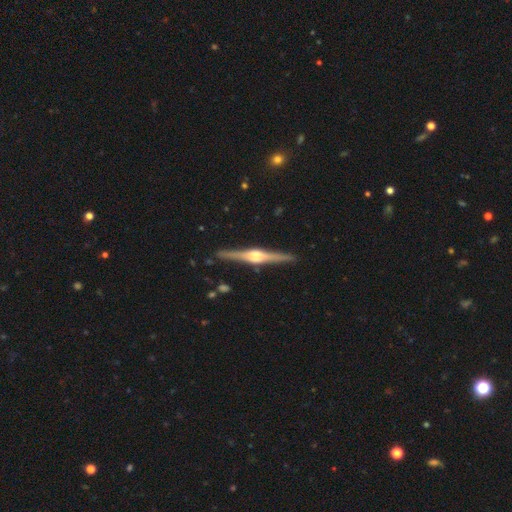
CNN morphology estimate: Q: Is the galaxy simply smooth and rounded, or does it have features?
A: featured or disk — 85%.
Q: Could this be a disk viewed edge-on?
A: yes — 98%.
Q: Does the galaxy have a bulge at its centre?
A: rounded — 87%.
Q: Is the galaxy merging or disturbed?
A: none — 91%.